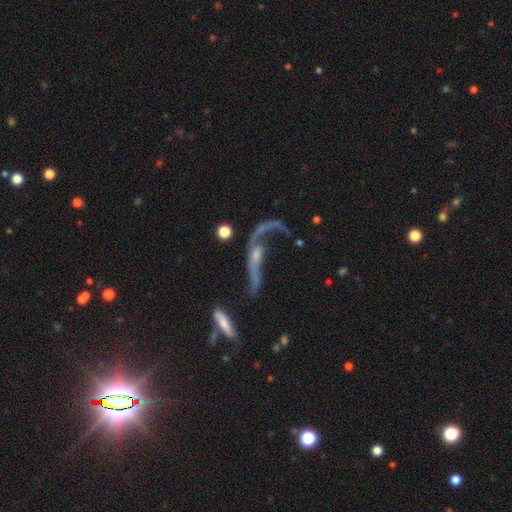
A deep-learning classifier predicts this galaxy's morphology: Smooth or featured?
  - featured or disk: 71% *
  - star or artifact: 17%
  - smooth: 12%
Edge-on disk?
  - no: 76% *
  - yes: 24%
Bar?
  - no: 62% *
  - weak: 24%
  - strong: 14%
Spiral arms?
  - yes: 75% *
  - no: 25%
Bulge size?
  - small: 43% *
  - moderate: 34%
  - none: 15%
  - large: 5%
  - dominant: 3%
Merging?
  - major disturbance: 36% *
  - none: 32%
  - merger: 19%
  - minor disturbance: 14%